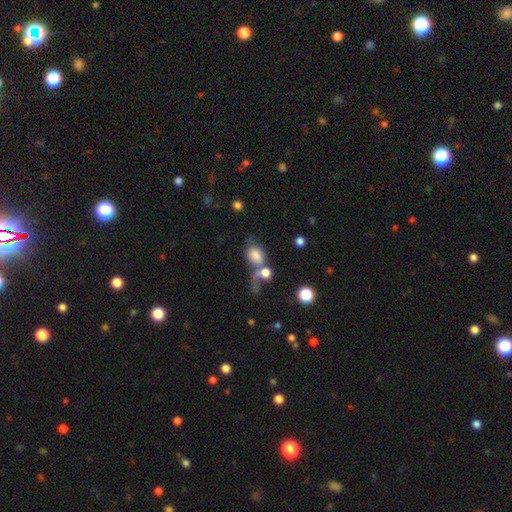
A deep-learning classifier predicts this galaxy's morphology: Overall: smooth (73%). How rounded: in between (55%; round 43%). Merging: merger (46%; none 23%).